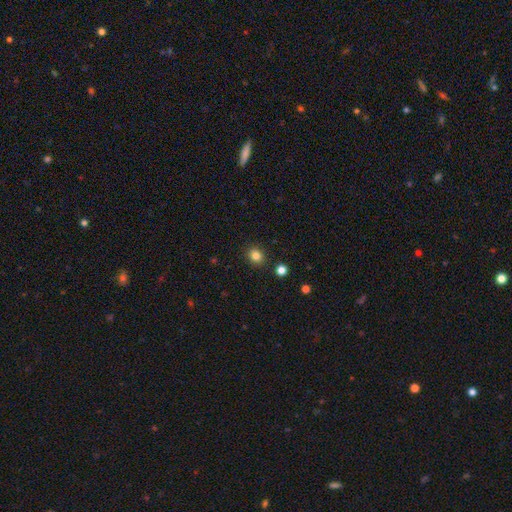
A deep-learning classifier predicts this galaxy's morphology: The model was most divided on "how rounded": round: 77%, in between: 23%, cigar-shaped: 1%. More confident: merging — none (90%); smooth or featured — smooth (83%).